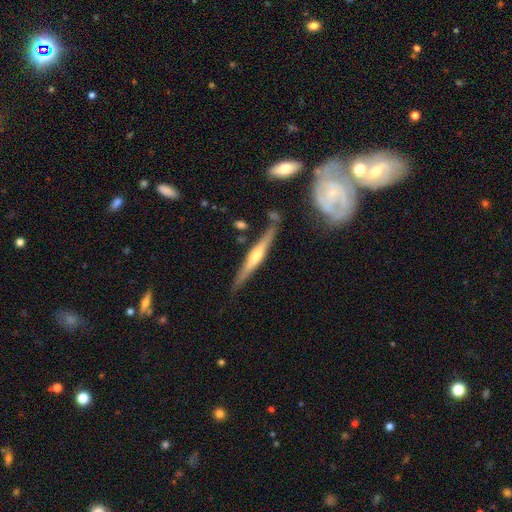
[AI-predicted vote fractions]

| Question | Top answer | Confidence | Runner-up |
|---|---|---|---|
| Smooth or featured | featured or disk | 74% | smooth (21%) |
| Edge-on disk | yes | 96% | no (4%) |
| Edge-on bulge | rounded | 82% | none (9%) |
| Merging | none | 81% | minor disturbance (12%) |